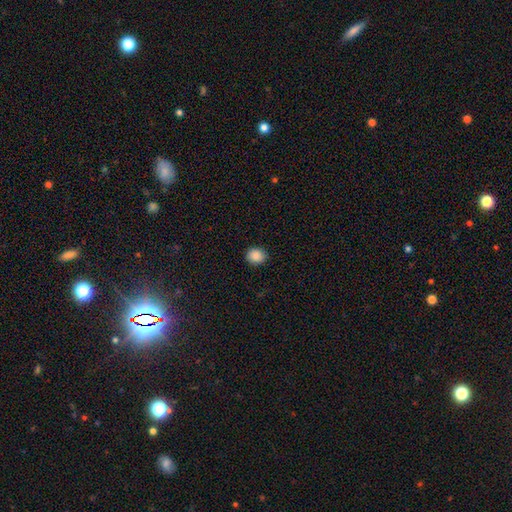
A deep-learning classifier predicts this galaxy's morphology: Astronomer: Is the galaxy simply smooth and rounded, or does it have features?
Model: smooth — 88%.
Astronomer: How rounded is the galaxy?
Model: round — 69%.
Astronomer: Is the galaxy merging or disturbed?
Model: none — 90%.